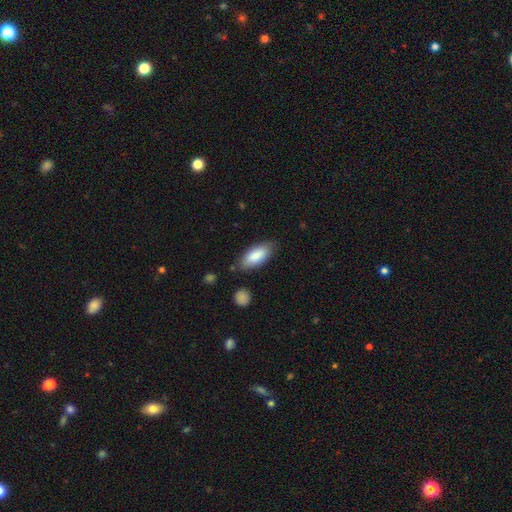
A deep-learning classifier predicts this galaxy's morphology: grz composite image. It shows a smooth galaxy with no disk features (85%) that is in between round and cigar-shaped (83%). Merging: none (79%).